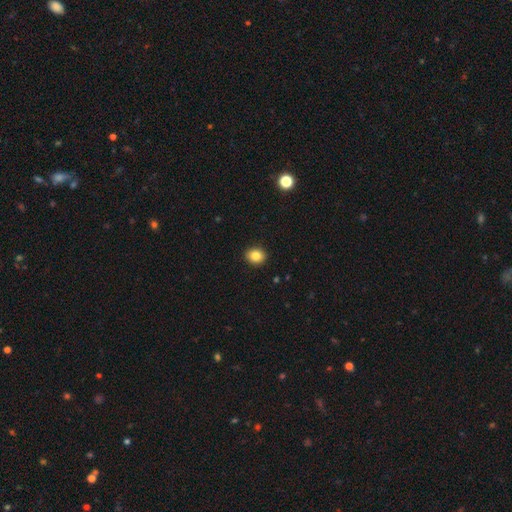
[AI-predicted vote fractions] This is clearly a smooth galaxy (85%). How rounded: likely round (67%). Merging: clearly none (92%).